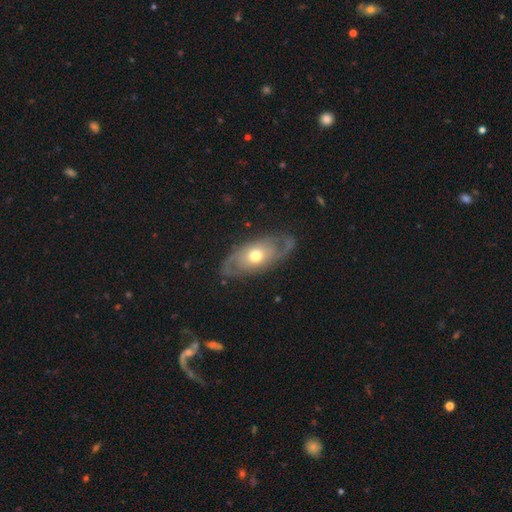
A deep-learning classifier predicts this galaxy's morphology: A featured or disk galaxy (72%) with no bar (82%), spiral arms (69%) and a moderate central bulge (72%).

Vote fractions:
- Smooth or featured? featured or disk: 72% / smooth: 23% / star or artifact: 5%
- Edge-on disk? no: 89% / yes: 11%
- Bar? no: 82% / weak: 14% / strong: 4%
- Spiral arms? yes: 69% / no: 31%
- Bulge size? moderate: 72% / small: 18% / large: 8% / dominant: 1% / none: 1%
- Merging? none: 77% / minor disturbance: 14% / major disturbance: 7% / merger: 1%